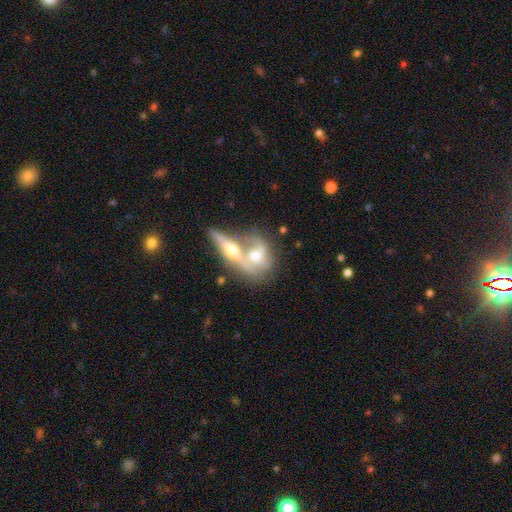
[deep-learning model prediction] A featured or disk galaxy (67%). Merging: merger (67%).